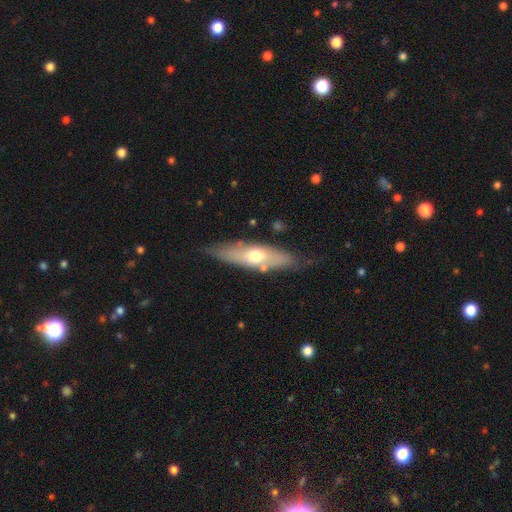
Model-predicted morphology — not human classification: Smooth or featured: smooth — 50% (featured or disk — 44%)
How rounded: cigar-shaped — 49% (in between — 48%)
Merging: none — 75% (minor disturbance — 16%)